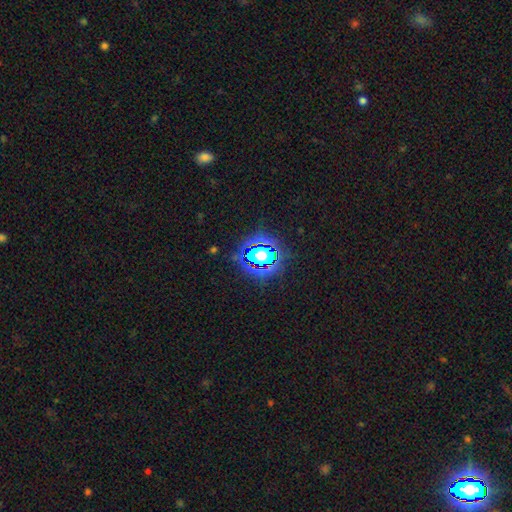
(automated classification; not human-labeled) Smooth or featured? Predicted: star or artifact (p=0.78).